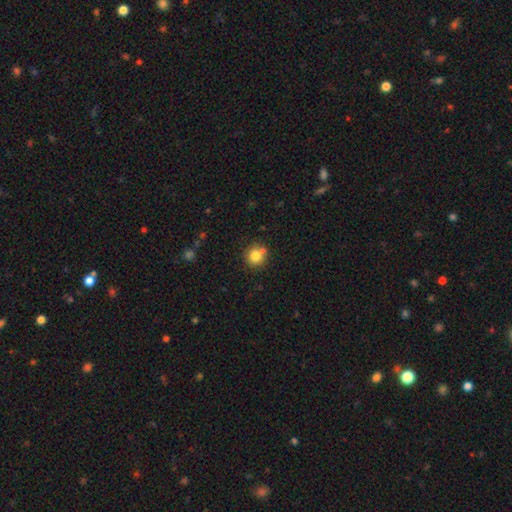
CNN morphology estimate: Smooth or featured: smooth — 79% (star or artifact — 11%)
How rounded: round — 90% (in between — 9%)
Merging: none — 68% (merger — 20%)